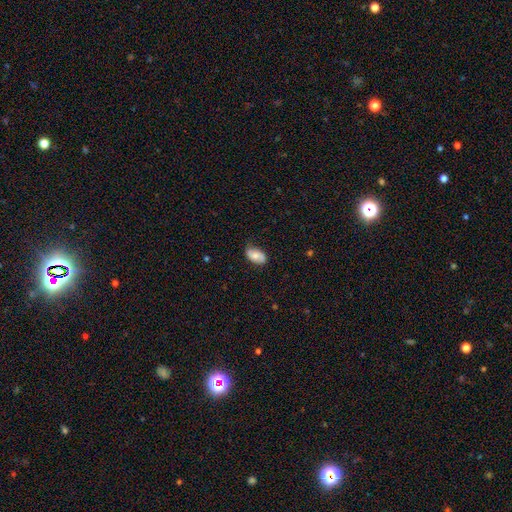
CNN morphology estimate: A smooth galaxy with no disk features (71%) that is in between round and cigar-shaped (92%). Merging: none (73%).